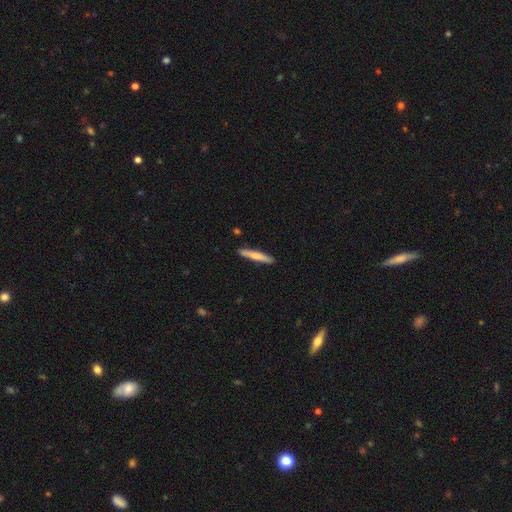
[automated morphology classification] Smooth or featured? Predicted: smooth (p=0.67). How rounded? Predicted: cigar-shaped (p=0.94). Merging? Predicted: none (p=0.89).